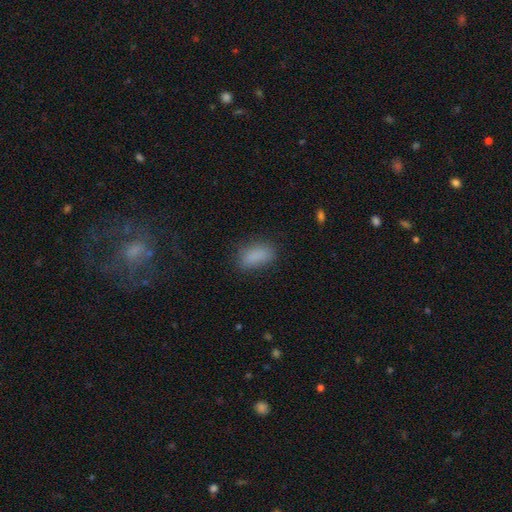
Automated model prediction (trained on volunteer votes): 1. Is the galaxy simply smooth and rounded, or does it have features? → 85% smooth, 10% star or artifact, 5% featured or disk.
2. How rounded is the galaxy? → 86% in between, 11% cigar-shaped, 4% round.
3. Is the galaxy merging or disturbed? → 76% none, 16% minor disturbance, 6% major disturbance, 1% merger.